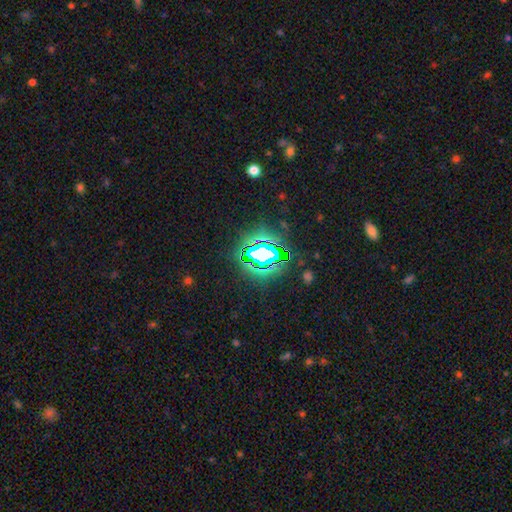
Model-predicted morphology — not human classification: The model was most divided on "smooth or featured": star or artifact: 76%, smooth: 14%, featured or disk: 10%.